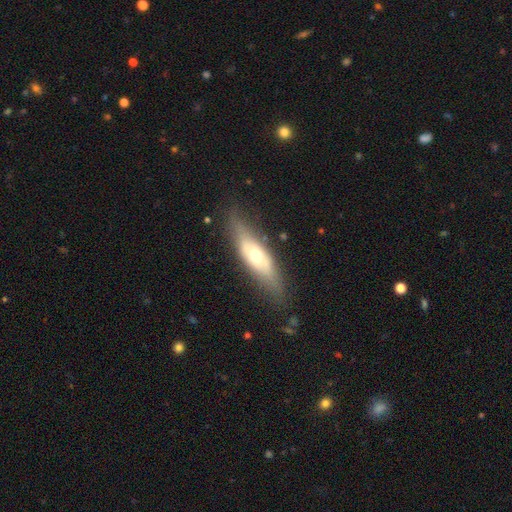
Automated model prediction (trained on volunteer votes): This appears to be a featured or disk galaxy (54%). Merging: none (74%).